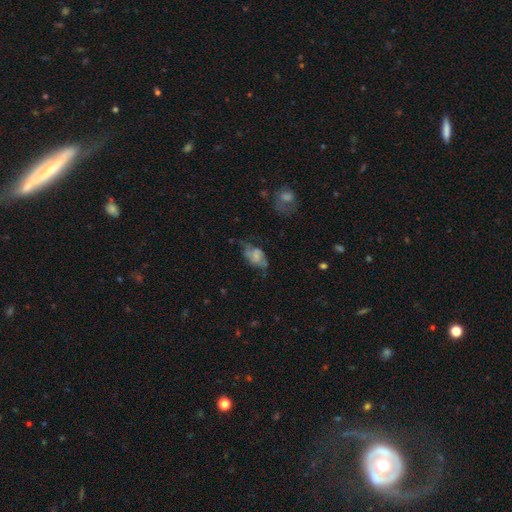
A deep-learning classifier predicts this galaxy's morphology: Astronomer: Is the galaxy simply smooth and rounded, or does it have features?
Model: smooth — 49% (runner-up: featured or disk, 41%).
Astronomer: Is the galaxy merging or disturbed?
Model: none — 36% (runner-up: minor disturbance, 31%).